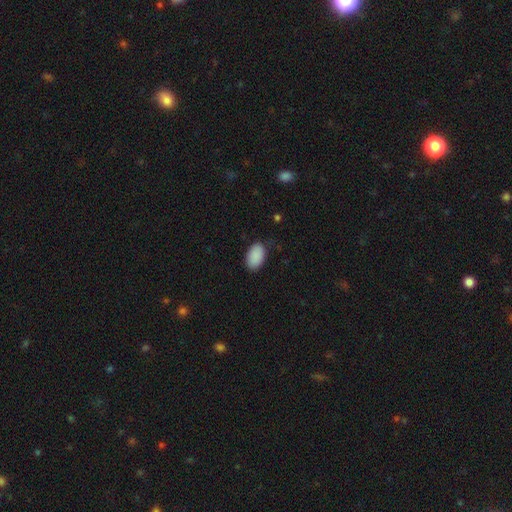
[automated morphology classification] A smooth galaxy with no disk features (90%) that is in between round and cigar-shaped (93%).

Vote fractions:
- Smooth or featured? smooth: 90% / star or artifact: 7% / featured or disk: 3%
- How rounded? in between: 93% / round: 6% / cigar-shaped: 1%
- Merging? none: 81% / minor disturbance: 15% / major disturbance: 3% / merger: 1%